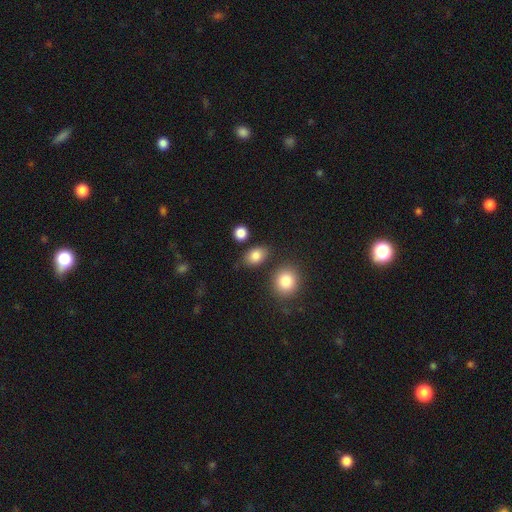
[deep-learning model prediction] This appears to be a smooth galaxy with no disk features (84%) that is in between round and cigar-shaped (78%). Merging: none (80%).